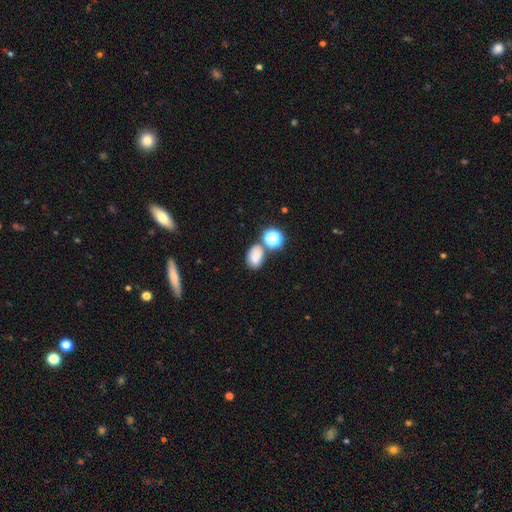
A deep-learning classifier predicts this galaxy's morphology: Q: Smooth or featured?
A: smooth (77%); runner-up: star or artifact (15%)
Q: How rounded?
A: in between (77%); runner-up: round (22%)
Q: Merging?
A: none (58%); runner-up: merger (22%)